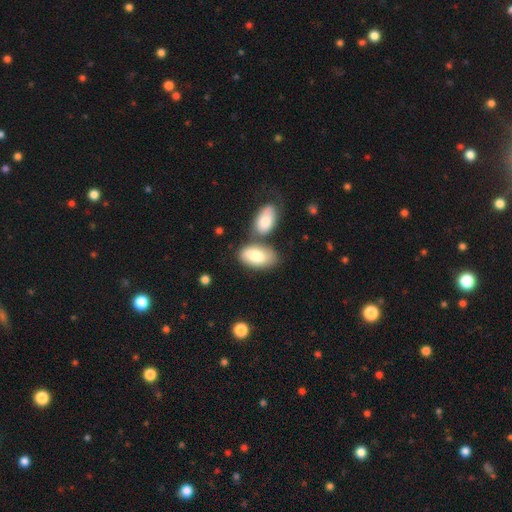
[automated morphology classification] This is likely a smooth galaxy (76%). How rounded: clearly in between (94%). Merging: possibly none (49%).